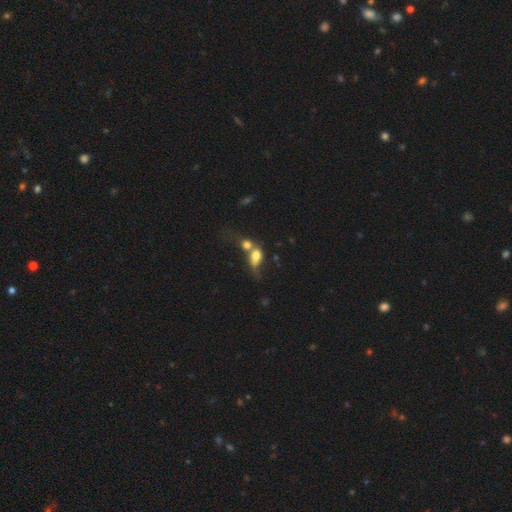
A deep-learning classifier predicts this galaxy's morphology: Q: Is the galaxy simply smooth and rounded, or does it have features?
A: smooth — 68%.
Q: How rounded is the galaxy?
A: in between — 68%.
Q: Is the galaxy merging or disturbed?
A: merger — 67%.